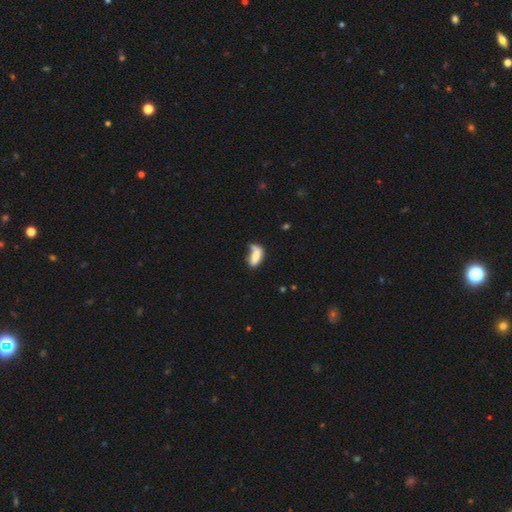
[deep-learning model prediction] Smooth or featured? smooth (73%)
How rounded? in between (76%)
Merging? none (36%)